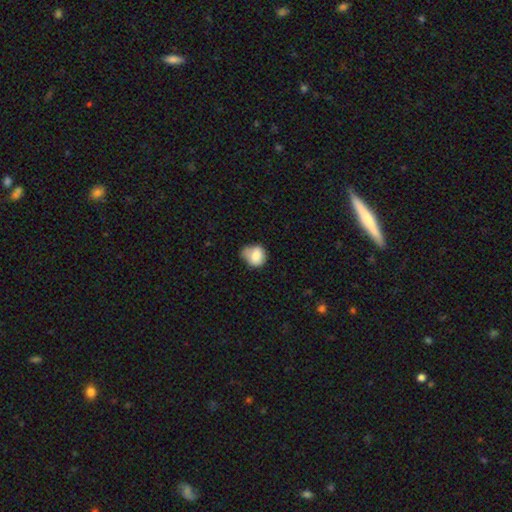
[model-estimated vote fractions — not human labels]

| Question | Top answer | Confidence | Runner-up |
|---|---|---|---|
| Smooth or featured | smooth | 79% | featured or disk (12%) |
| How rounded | round | 65% | in between (34%) |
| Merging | none | 41% | minor disturbance (37%) |